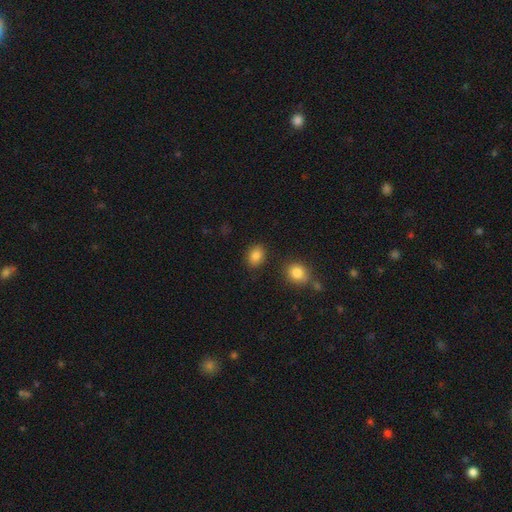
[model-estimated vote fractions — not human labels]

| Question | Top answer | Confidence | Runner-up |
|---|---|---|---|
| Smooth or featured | smooth | 84% | star or artifact (10%) |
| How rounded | in between | 56% | round (43%) |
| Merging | none | 84% | minor disturbance (10%) |